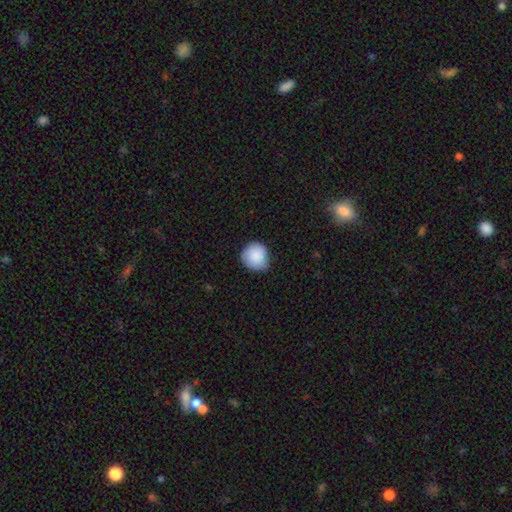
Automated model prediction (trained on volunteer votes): Smooth or featured?
  - smooth: 88% *
  - star or artifact: 7%
  - featured or disk: 5%
How rounded?
  - round: 89% *
  - in between: 10%
  - cigar-shaped: 1%
Merging?
  - none: 73% *
  - minor disturbance: 23%
  - major disturbance: 4%
  - merger: 1%